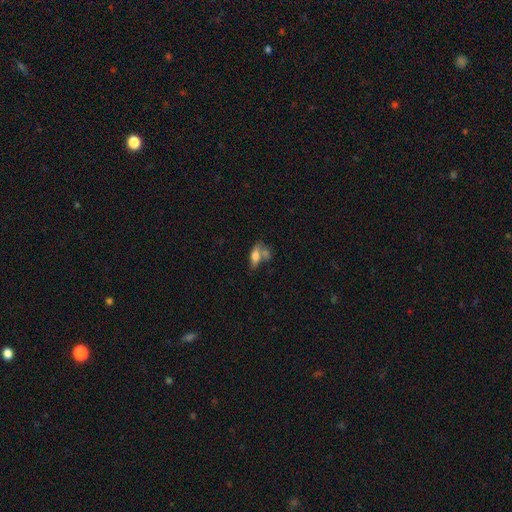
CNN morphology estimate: A smooth galaxy with no disk features (68%) that is in between round and cigar-shaped (79%). Merging: merger (42%).